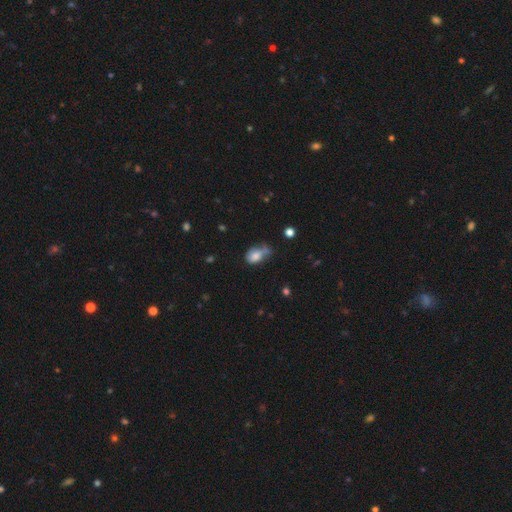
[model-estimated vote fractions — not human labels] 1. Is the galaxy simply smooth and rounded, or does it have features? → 76% smooth, 14% featured or disk, 10% star or artifact.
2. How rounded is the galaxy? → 79% in between, 19% round, 2% cigar-shaped.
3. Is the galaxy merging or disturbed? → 32% minor disturbance, 30% none, 19% major disturbance, 19% merger.